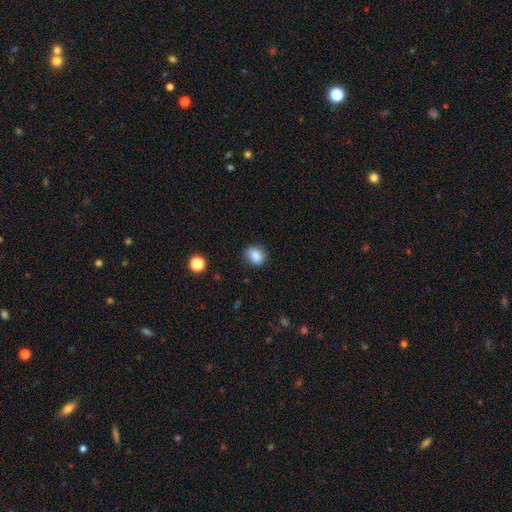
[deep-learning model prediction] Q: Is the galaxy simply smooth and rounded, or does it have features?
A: smooth — 86%.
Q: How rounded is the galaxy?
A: round — 61%.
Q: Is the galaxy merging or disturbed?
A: none — 82%.